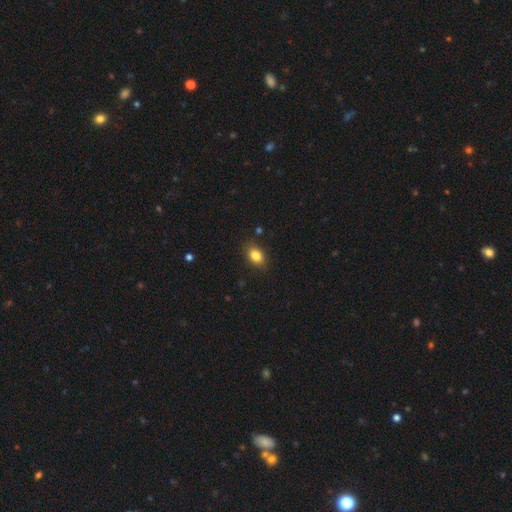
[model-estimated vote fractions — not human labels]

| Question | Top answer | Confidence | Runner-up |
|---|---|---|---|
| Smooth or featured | smooth | 84% | star or artifact (9%) |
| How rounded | in between | 83% | round (15%) |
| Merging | none | 84% | minor disturbance (12%) |